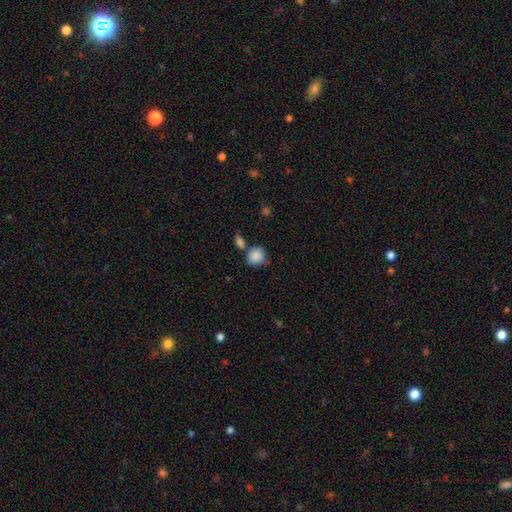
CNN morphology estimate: Smooth or featured? Predicted: smooth (p=0.87). How rounded? Predicted: round (p=0.73). Merging? Predicted: none (p=0.57).